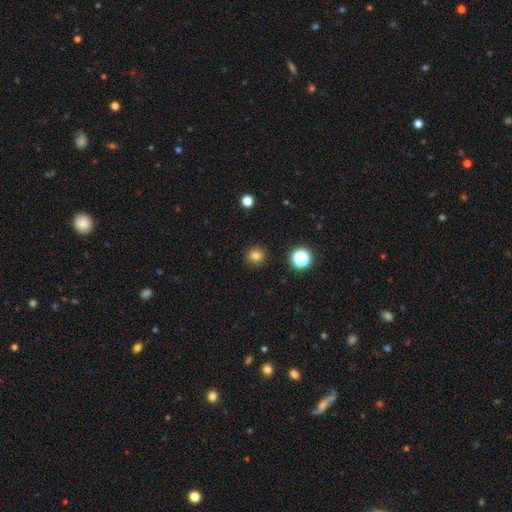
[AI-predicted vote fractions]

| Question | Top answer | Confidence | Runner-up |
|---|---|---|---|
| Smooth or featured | smooth | 80% | star or artifact (15%) |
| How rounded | round | 91% | in between (8%) |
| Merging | none | 91% | minor disturbance (6%) |